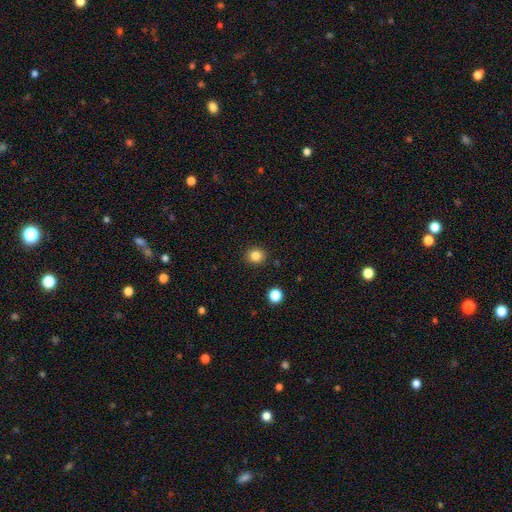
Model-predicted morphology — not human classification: smooth_or_featured: smooth (p=0.84) [alt: star or artifact p=0.12]
how_rounded: round (p=0.86) [alt: in between p=0.13]
merging: none (p=0.90) [alt: minor disturbance p=0.06]